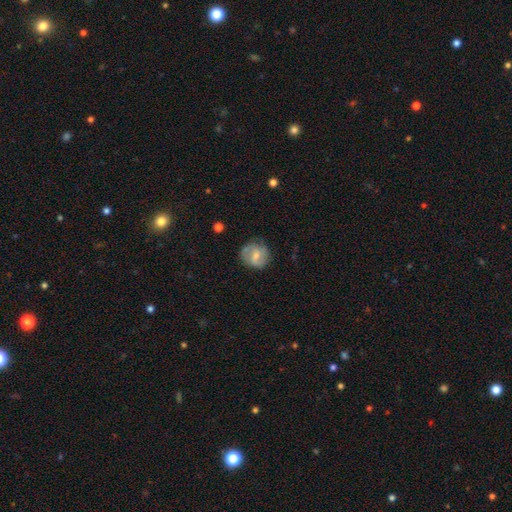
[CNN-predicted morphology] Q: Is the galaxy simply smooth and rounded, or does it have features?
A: smooth — 47%.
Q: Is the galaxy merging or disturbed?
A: none — 72%.